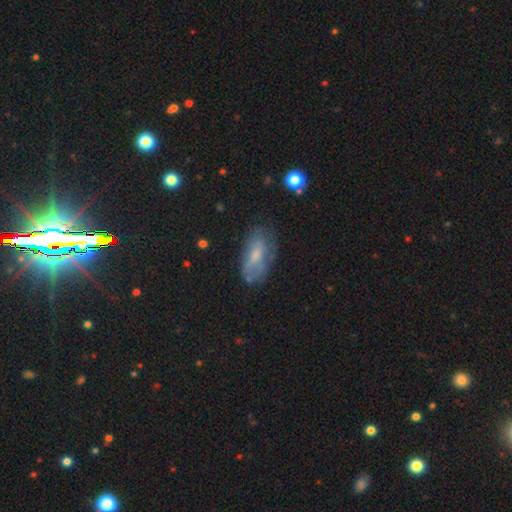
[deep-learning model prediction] This is possibly a smooth galaxy (54%). How rounded: clearly in between (82%). Merging: possibly none (58%).